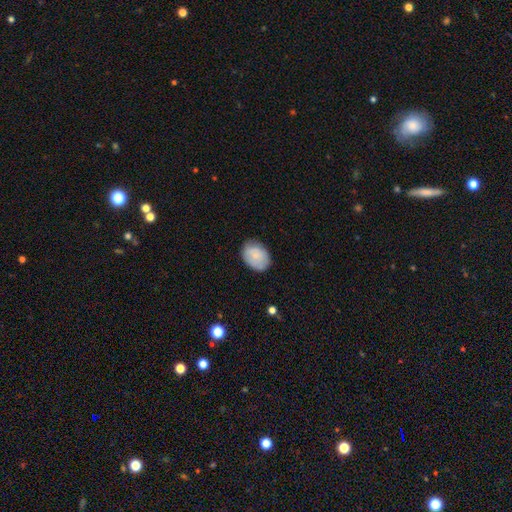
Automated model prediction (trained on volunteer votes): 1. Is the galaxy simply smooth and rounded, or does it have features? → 78% smooth, 15% featured or disk, 7% star or artifact.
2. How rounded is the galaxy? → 77% in between, 22% round, 1% cigar-shaped.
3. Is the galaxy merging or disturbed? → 76% none, 19% minor disturbance, 4% major disturbance, 1% merger.